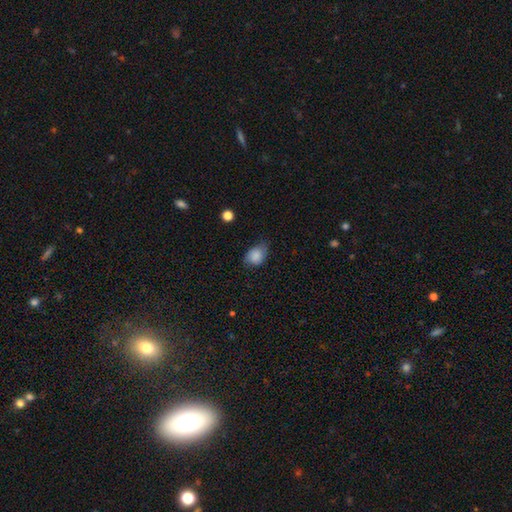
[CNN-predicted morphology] A smooth galaxy with no disk features (82%) that is in between round and cigar-shaped (61%).

Vote fractions:
- Smooth or featured? smooth: 82% / featured or disk: 10% / star or artifact: 8%
- How rounded? in between: 61% / round: 38% / cigar-shaped: 1%
- Merging? none: 54% / minor disturbance: 36% / major disturbance: 9% / merger: 2%